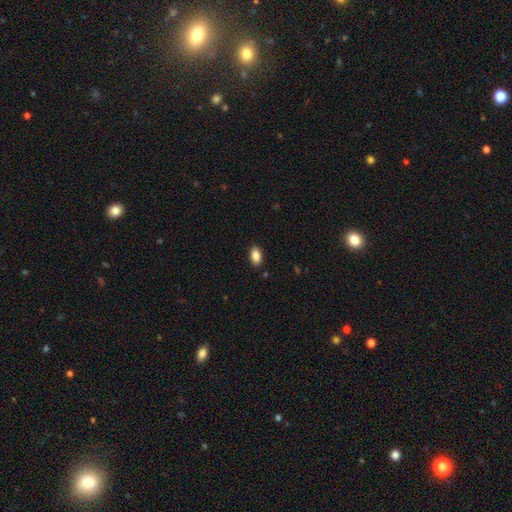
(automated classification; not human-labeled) smooth-or-featured: smooth: 88% | star or artifact: 8% | featured or disk: 5%
  how-rounded: in between: 92% | round: 5% | cigar-shaped: 3%
  merging: none: 88% | minor disturbance: 9% | major disturbance: 2% | merger: 1%